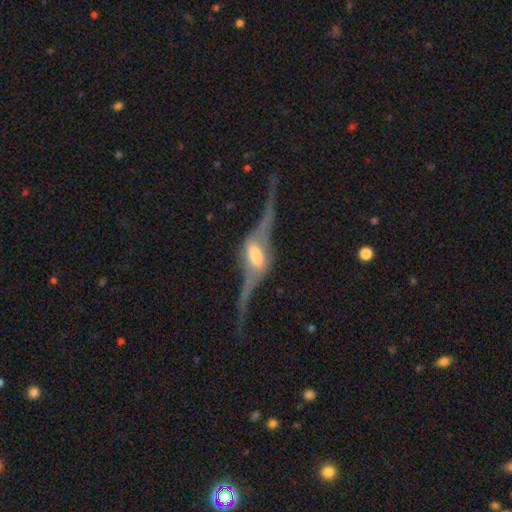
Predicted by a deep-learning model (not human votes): Morphology: type=featured or disk (82%); edge-on=yes (62%); edge-on bulge=rounded (79%); merging=none (41%).